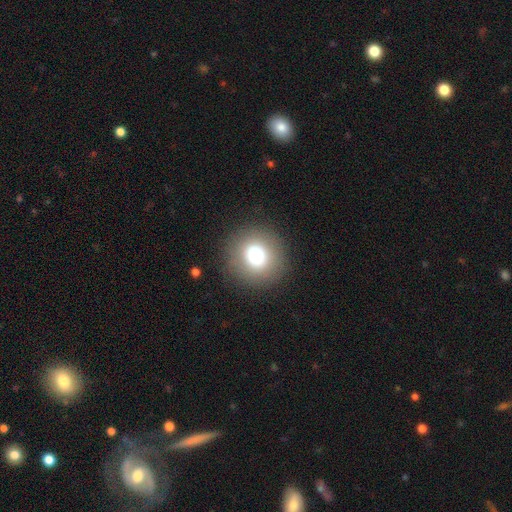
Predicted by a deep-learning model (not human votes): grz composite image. It shows a smooth galaxy with no disk features (74%) that is round (94%). Merging: none (89%).